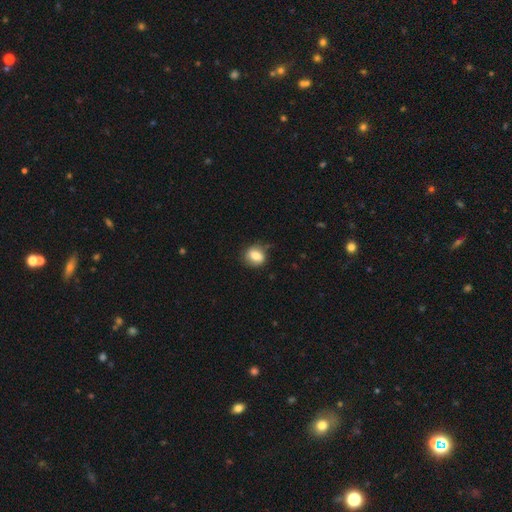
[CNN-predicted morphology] This appears to be a smooth galaxy with no disk features (77%) that is round (57%). Merging: none (71%).